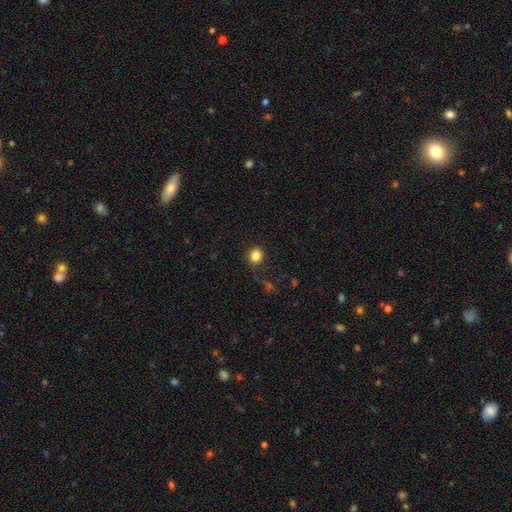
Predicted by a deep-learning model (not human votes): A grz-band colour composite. It shows a smooth galaxy with no disk features (84%) that is round (75%). Merging: none (83%).